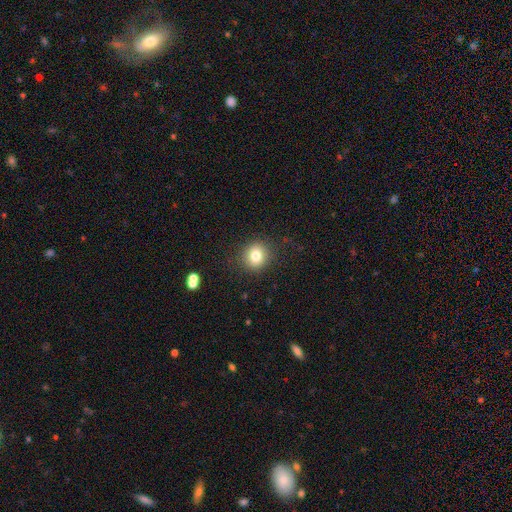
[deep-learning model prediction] This appears to be a smooth galaxy with no disk features (80%) that is round (83%). Merging: none (88%).